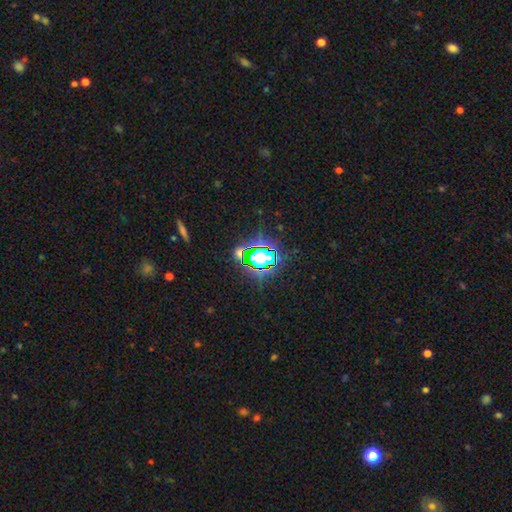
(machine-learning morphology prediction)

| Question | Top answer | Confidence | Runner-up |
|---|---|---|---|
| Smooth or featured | star or artifact | 79% | smooth (13%) |